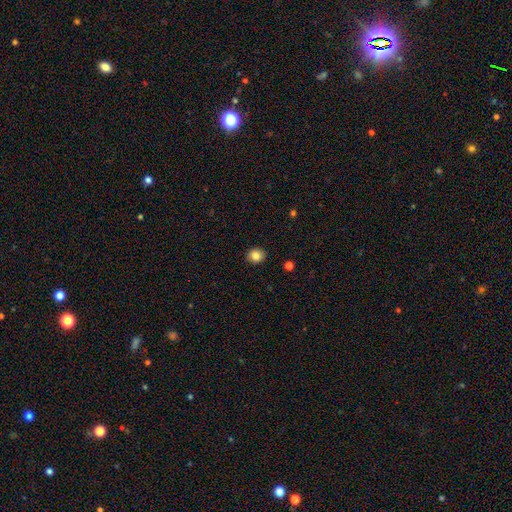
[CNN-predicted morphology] smooth 84%, star or artifact 10%, featured or disk 5%. Down the decision tree: how rounded — round (76%); merging — none (91%).